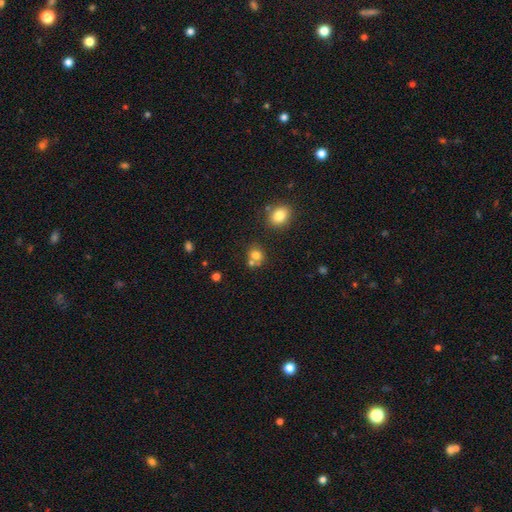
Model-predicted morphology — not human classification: Smooth or featured: smooth — 76% (star or artifact — 14%)
How rounded: round — 79% (in between — 20%)
Merging: none — 55% (merger — 31%)